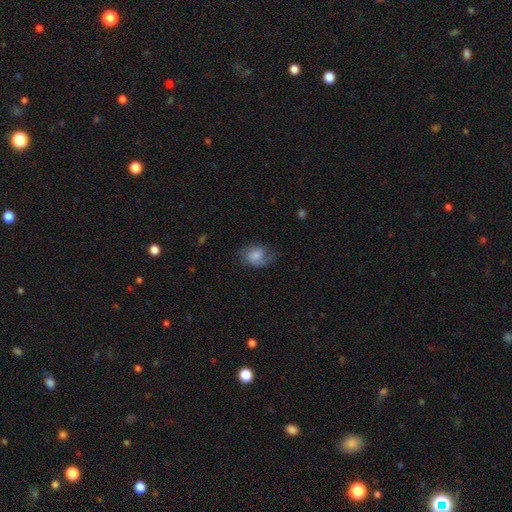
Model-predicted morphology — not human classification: Smooth or featured?
  - smooth: 67% *
  - featured or disk: 25%
  - star or artifact: 8%
How rounded?
  - in between: 63% *
  - round: 36%
  - cigar-shaped: 1%
Merging?
  - none: 53% *
  - minor disturbance: 30%
  - major disturbance: 16%
  - merger: 1%